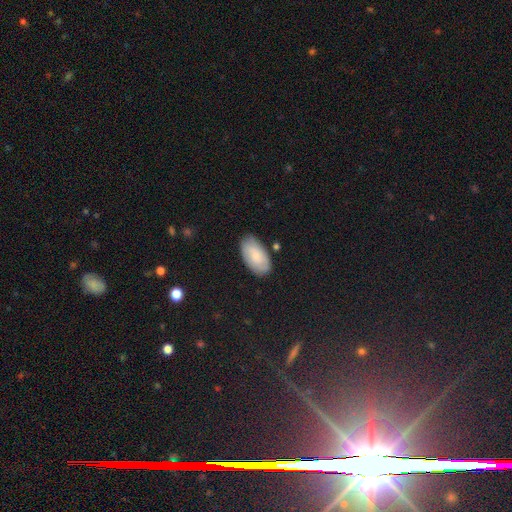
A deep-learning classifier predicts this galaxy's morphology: This is likely a smooth galaxy (73%). How rounded: clearly in between (95%). Merging: clearly none (80%).